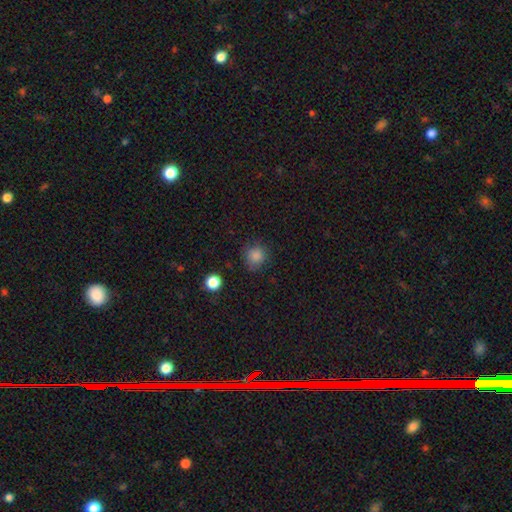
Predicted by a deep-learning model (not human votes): A smooth galaxy with no disk features (84%) that is round (90%). Merging: none (81%).